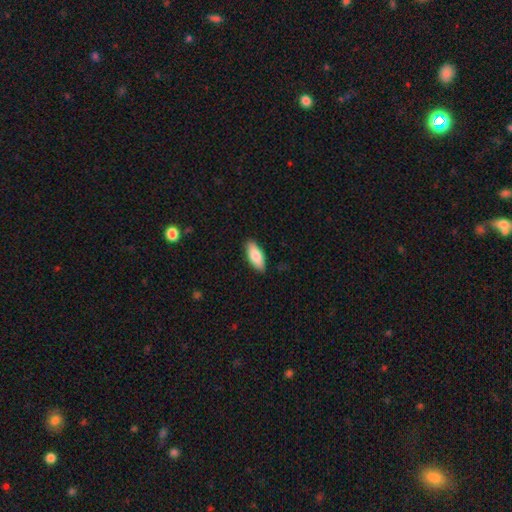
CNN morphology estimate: Smooth or featured: smooth — 82% (featured or disk — 12%)
How rounded: in between — 82% (cigar-shaped — 16%)
Merging: none — 88% (minor disturbance — 9%)